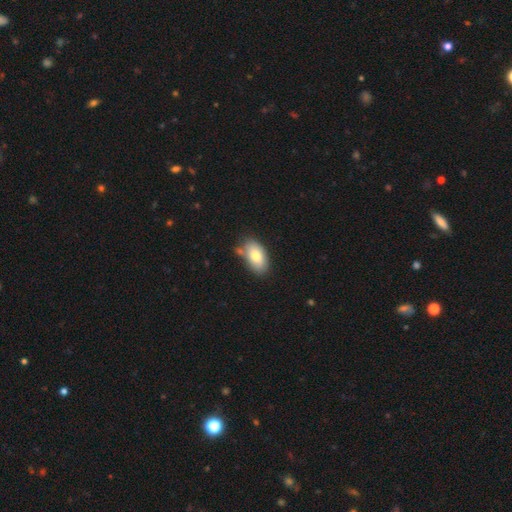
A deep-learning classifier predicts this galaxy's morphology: The model was most divided on "merging": none: 68%, minor disturbance: 19%, merger: 9%, major disturbance: 4%. More confident: how rounded — in between (93%); smooth or featured — smooth (78%).